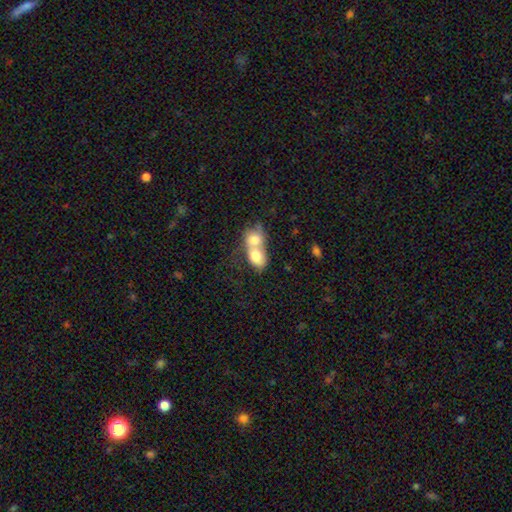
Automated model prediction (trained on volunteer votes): Overall: smooth (73%). How rounded: in between (58%; round 40%). Merging: merger (82%).